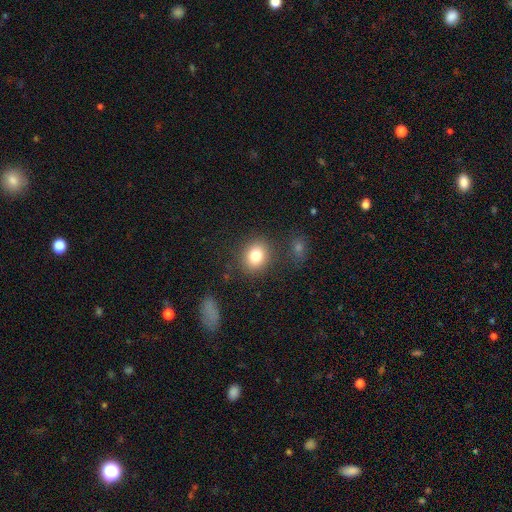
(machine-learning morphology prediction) Smooth or featured? smooth (81%)
How rounded? round (59%)
Merging? none (83%)